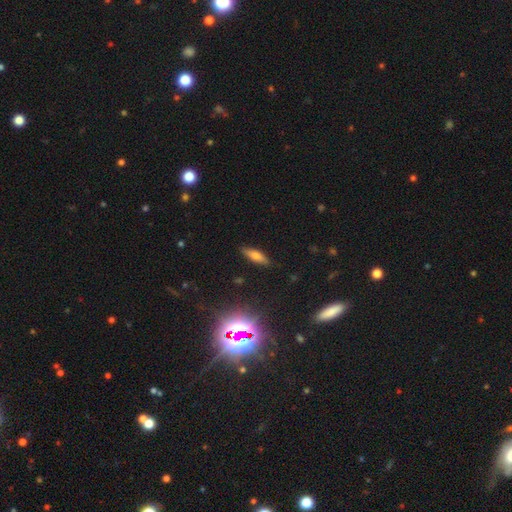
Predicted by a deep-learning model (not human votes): Smooth or featured?
  - smooth: 64% *
  - featured or disk: 24%
  - star or artifact: 12%
How rounded?
  - in between: 49% *
  - cigar-shaped: 48%
  - round: 3%
Merging?
  - none: 86% *
  - minor disturbance: 10%
  - major disturbance: 2%
  - merger: 1%